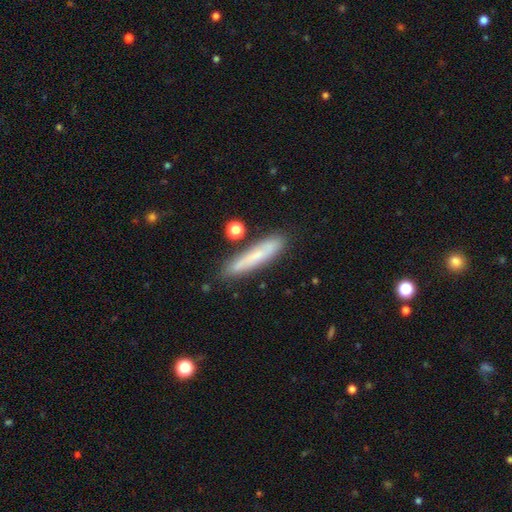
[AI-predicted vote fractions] Q: Smooth or featured?
A: smooth (63%); runner-up: featured or disk (29%)
Q: How rounded?
A: cigar-shaped (89%); runner-up: in between (9%)
Q: Merging?
A: none (80%); runner-up: minor disturbance (13%)